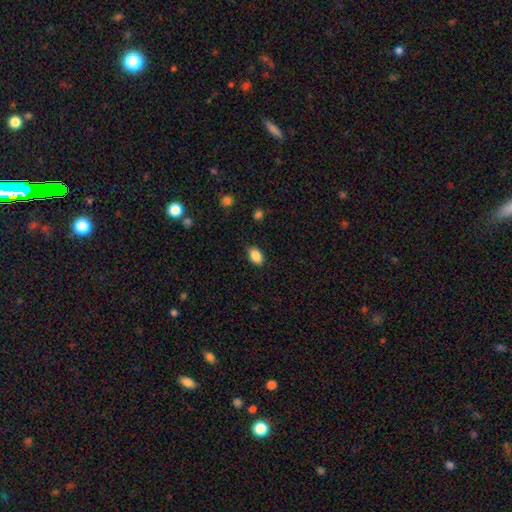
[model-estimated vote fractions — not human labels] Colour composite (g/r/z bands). It shows a smooth galaxy with no disk features (88%) that is in between round and cigar-shaped (88%). Merging: none (87%).